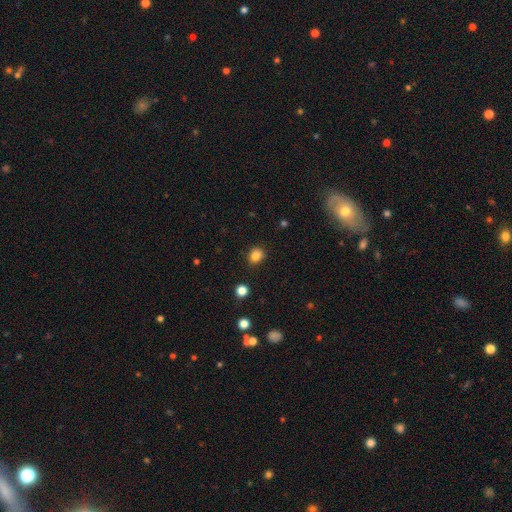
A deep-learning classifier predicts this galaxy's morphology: A smooth galaxy with no disk features (84%) that is round (66%). Merging: none (86%).